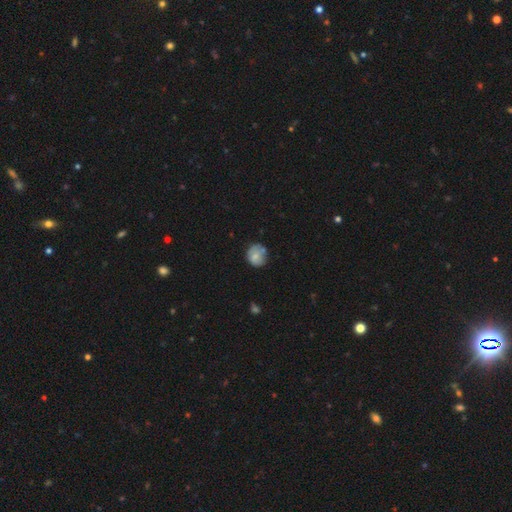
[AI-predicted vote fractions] Smooth or featured? smooth (69%)
How rounded? round (75%)
Merging? none (57%)